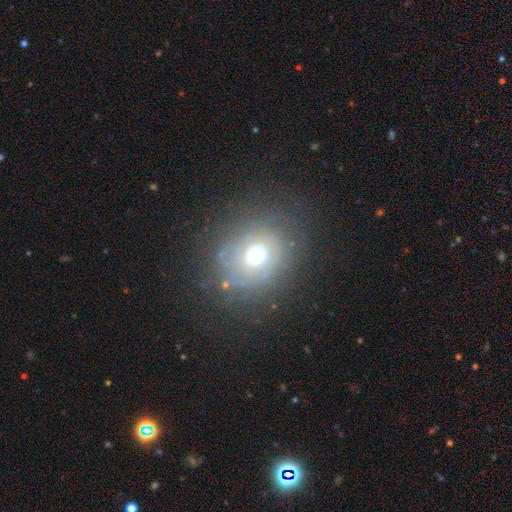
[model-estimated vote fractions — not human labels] This is possibly a featured or disk galaxy (53%). It is clearly not viewed edge-on (95%). Bar: likely no (80%). Spiral arm pattern: possibly yes (53%). Central bulge: likely moderate (66%). Merging: likely none (76%).